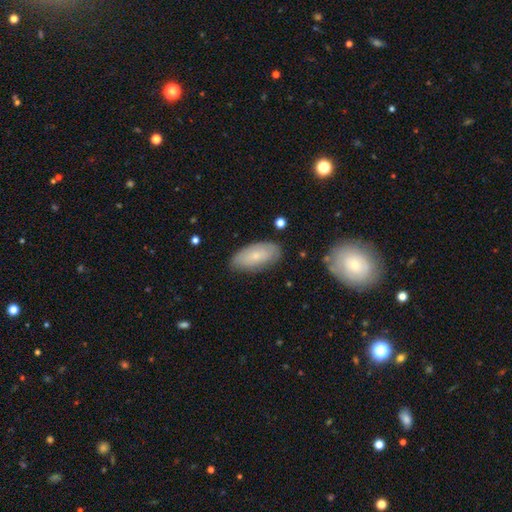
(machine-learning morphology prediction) Q: Smooth or featured?
A: smooth (69%); runner-up: featured or disk (24%)
Q: How rounded?
A: in between (90%); runner-up: cigar-shaped (8%)
Q: Merging?
A: none (80%); runner-up: minor disturbance (15%)